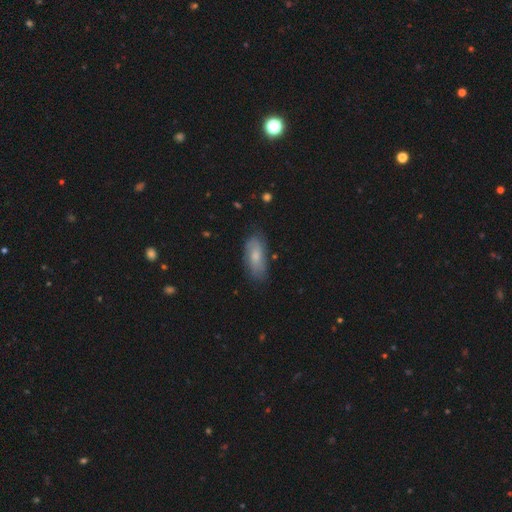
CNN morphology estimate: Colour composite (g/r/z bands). It shows a smooth galaxy with no disk features (61%) that is in between round and cigar-shaped (81%). Merging: none (75%).